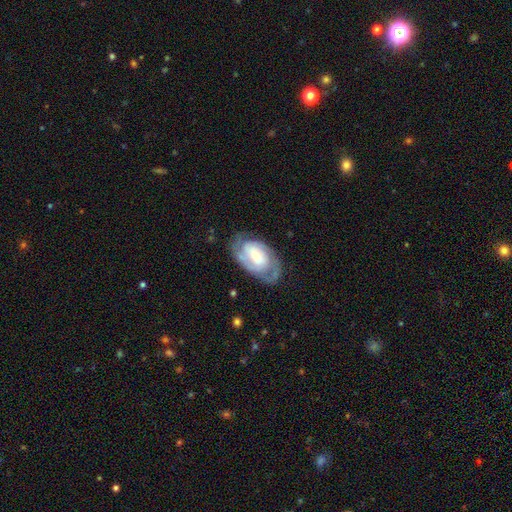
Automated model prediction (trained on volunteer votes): Smooth or featured? featured or disk (75%)
Edge-on disk? no (96%)
Bar? no (49%)
Spiral arms? yes (89%)
Spiral winding? tight (56%)
Spiral arm count? 2 (62%)
Bulge size? small (48%)
Merging? none (69%)